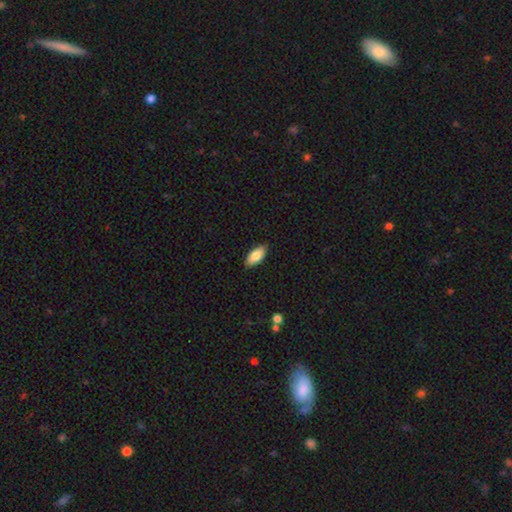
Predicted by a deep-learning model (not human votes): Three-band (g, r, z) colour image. It shows a smooth galaxy with no disk features (83%) that is in between round and cigar-shaped (88%). Merging: none (87%).